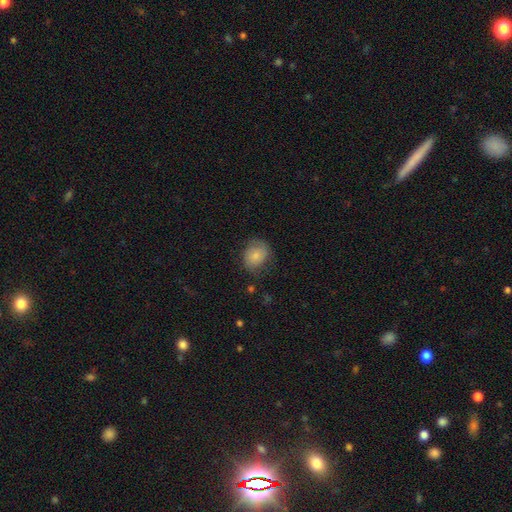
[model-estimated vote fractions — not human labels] This is likely a smooth galaxy (74%). How rounded: possibly round (55%). Merging: likely none (64%).